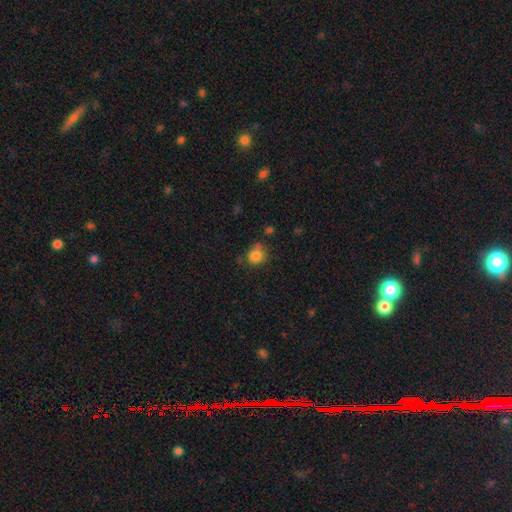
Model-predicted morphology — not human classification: smooth_or_featured: smooth (p=0.83) [alt: star or artifact p=0.11]
how_rounded: round (p=0.80) [alt: in between p=0.19]
merging: none (p=0.64) [alt: minor disturbance p=0.23]